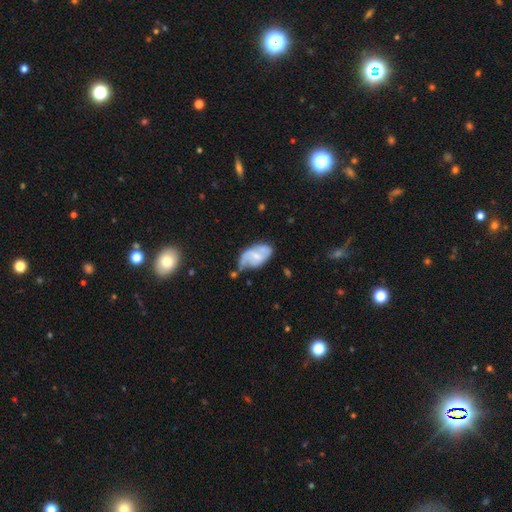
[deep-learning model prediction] smooth-or-featured: featured or disk: 56% | smooth: 38% | star or artifact: 7%
  disk-edge-on: no: 96% | yes: 4%
    bar: no: 49% | weak: 42% | strong: 10%
    has-spiral-arms: yes: 76% | no: 24%
    bulge-size: small: 54% | moderate: 30% | none: 12% | large: 2% | dominant: 1%
  merging: none: 41% | minor disturbance: 33% | major disturbance: 15% | merger: 12%